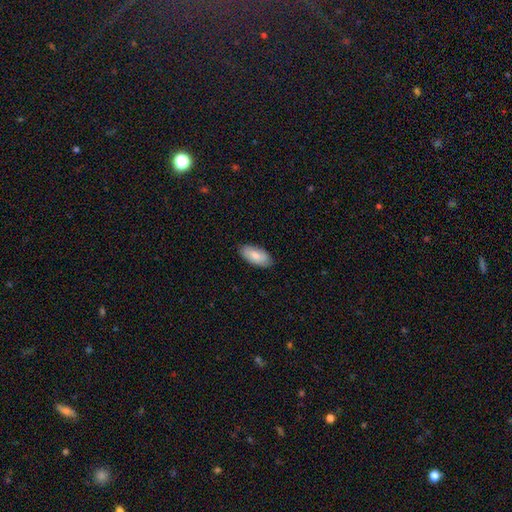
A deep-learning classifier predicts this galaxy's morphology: smooth-or-featured: smooth: 78% | featured or disk: 17% | star or artifact: 6%
  how-rounded: in between: 93% | cigar-shaped: 5% | round: 2%
  merging: none: 84% | minor disturbance: 13% | major disturbance: 2% | merger: 1%